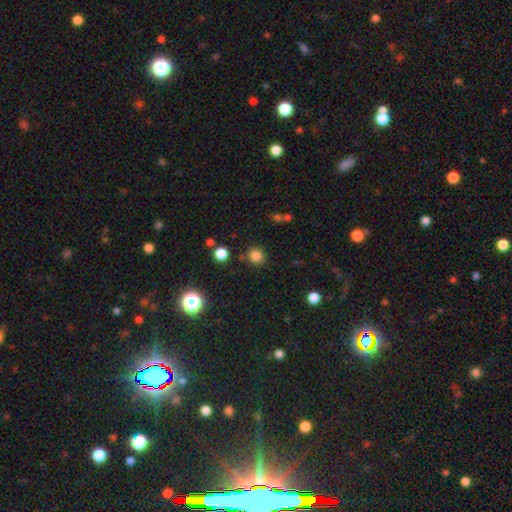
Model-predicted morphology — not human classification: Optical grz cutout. It shows a smooth galaxy with no disk features (81%) that is round (89%). Merging: none (82%).